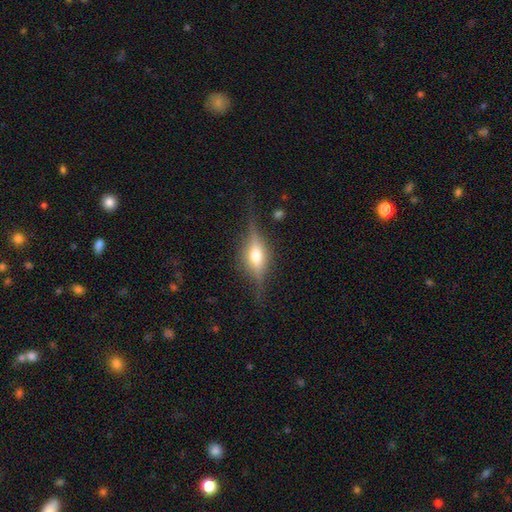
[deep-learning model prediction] Overall: featured or disk (73%). Edge-on disk: yes (95%). Edge-on bulge: rounded (89%). Merging: none (79%).